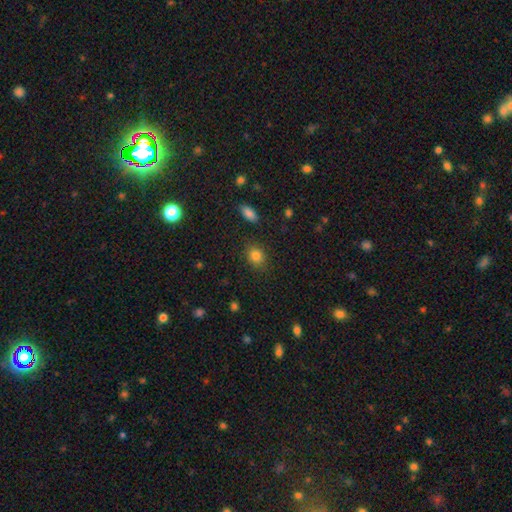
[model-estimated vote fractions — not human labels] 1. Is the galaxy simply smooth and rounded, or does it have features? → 83% smooth, 11% star or artifact, 6% featured or disk.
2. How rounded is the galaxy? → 54% round, 45% in between, 1% cigar-shaped.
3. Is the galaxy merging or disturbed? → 84% none, 11% minor disturbance, 3% major disturbance, 2% merger.